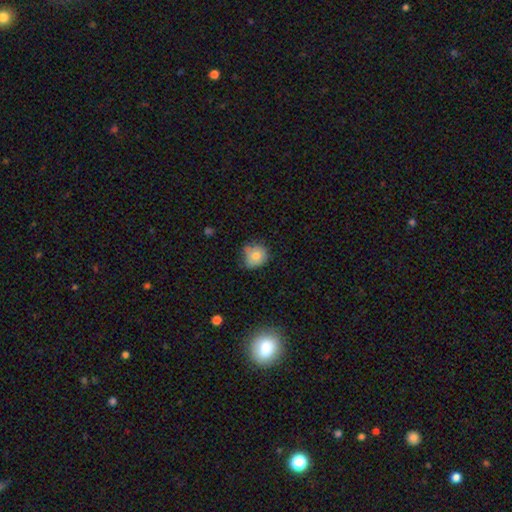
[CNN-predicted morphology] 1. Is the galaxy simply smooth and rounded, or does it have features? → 77% smooth, 14% featured or disk, 9% star or artifact.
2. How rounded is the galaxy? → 81% round, 18% in between, 1% cigar-shaped.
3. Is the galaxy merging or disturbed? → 57% none, 33% minor disturbance, 7% major disturbance, 3% merger.